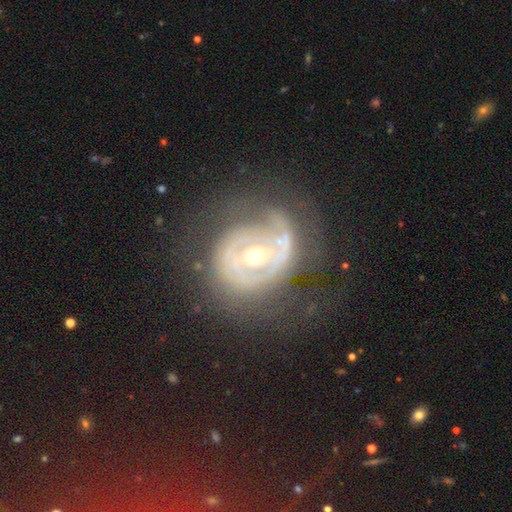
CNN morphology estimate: smooth_or_featured: featured or disk (p=0.82) [alt: smooth p=0.11]
disk_edge_on: no (p=0.96) [alt: yes p=0.04]
bar: no (p=0.51) [alt: weak p=0.32]
has_spiral_arms: yes (p=0.74) [alt: no p=0.26]
spiral_winding: tight (p=0.59) [alt: medium p=0.29]
spiral_arm_count: 2 (p=0.37) [alt: can't tell p=0.33]
bulge_size: small (p=0.53) [alt: moderate p=0.43]
merging: none (p=0.49) [alt: major disturbance p=0.25]